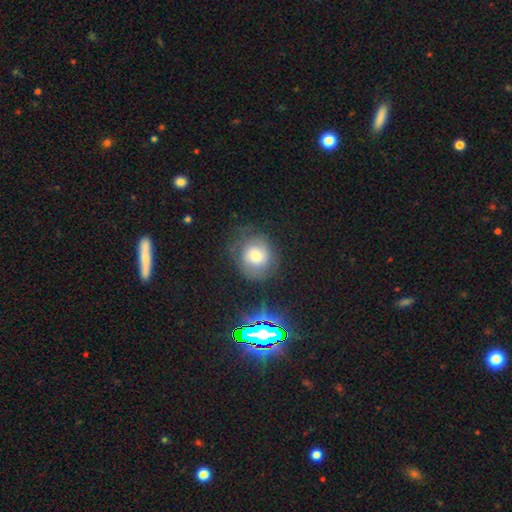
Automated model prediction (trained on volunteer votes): smooth_or_featured: smooth (p=0.57) [alt: featured or disk p=0.28]
how_rounded: round (p=0.78) [alt: in between p=0.21]
merging: none (p=0.65) [alt: minor disturbance p=0.21]